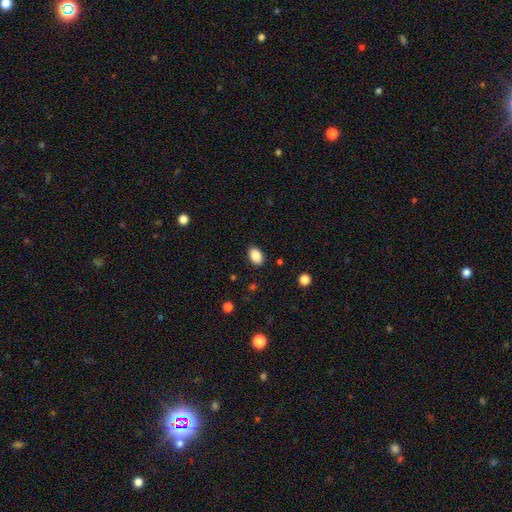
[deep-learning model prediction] A smooth galaxy with no disk features (88%) that is in between round and cigar-shaped (85%).

Vote fractions:
- Smooth or featured? smooth: 88% / star or artifact: 8% / featured or disk: 4%
- How rounded? in between: 85% / round: 14% / cigar-shaped: 1%
- Merging? none: 88% / minor disturbance: 9% / major disturbance: 2% / merger: 1%